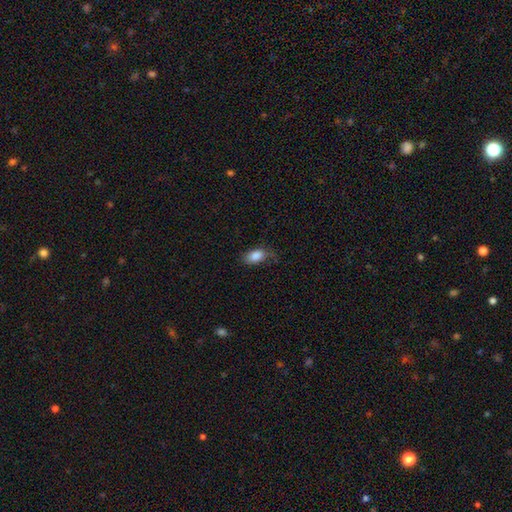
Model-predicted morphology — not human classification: Smooth or featured: smooth — 86% (star or artifact — 8%)
How rounded: in between — 91% (round — 6%)
Merging: none — 66% (minor disturbance — 25%)